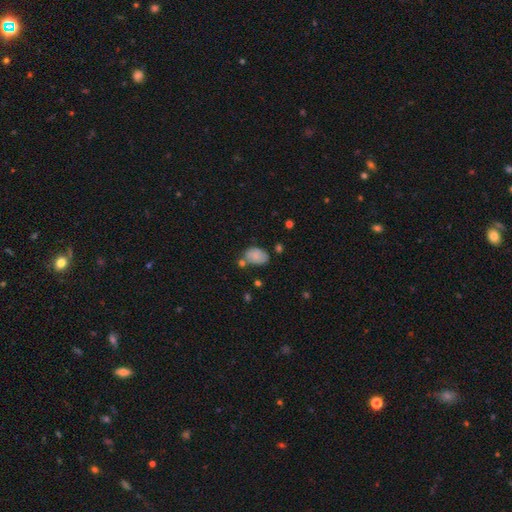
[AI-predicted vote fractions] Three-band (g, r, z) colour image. It shows a smooth galaxy with no disk features (77%) that is in between round and cigar-shaped (85%). Merging: none (54%).